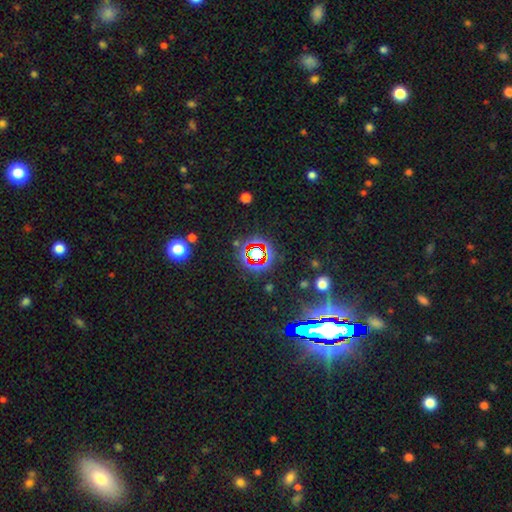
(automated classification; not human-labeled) smooth_or_featured: star or artifact (p=0.69) [alt: smooth p=0.19]